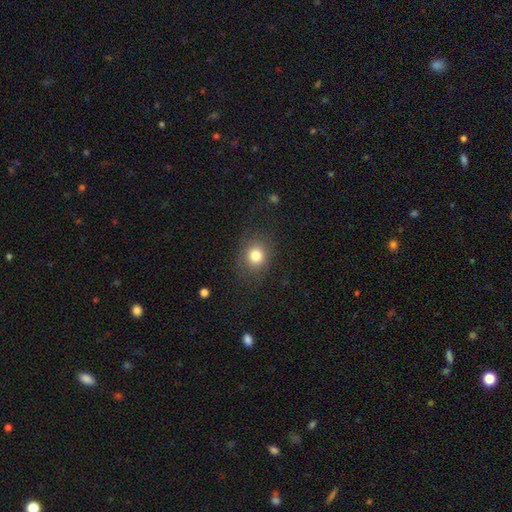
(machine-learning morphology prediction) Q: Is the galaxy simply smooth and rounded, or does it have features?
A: smooth — 80%.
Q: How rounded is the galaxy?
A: round — 69%.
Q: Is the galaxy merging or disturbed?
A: none — 80%.